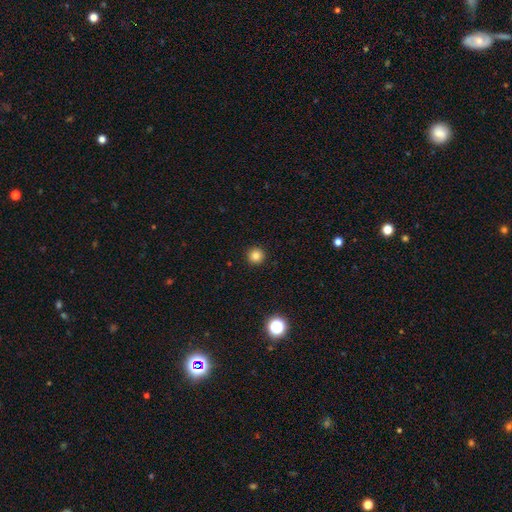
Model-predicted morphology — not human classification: A smooth galaxy with no disk features (83%) that is round (96%).

Vote fractions:
- Smooth or featured? smooth: 83% / star or artifact: 13% / featured or disk: 5%
- How rounded? round: 96% / in between: 3% / cigar-shaped: 1%
- Merging? none: 93% / minor disturbance: 4% / major disturbance: 2% / merger: 1%